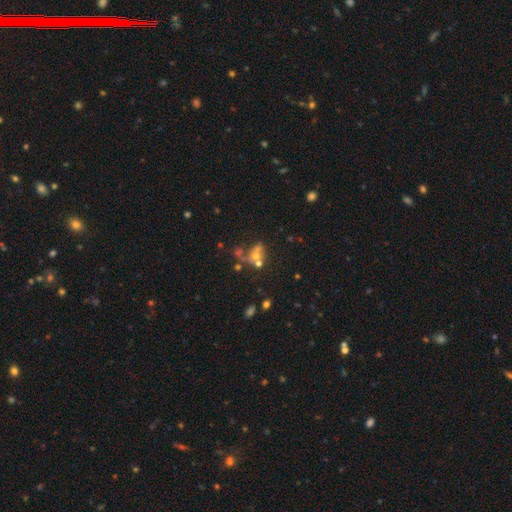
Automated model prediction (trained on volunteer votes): Overall: smooth (41%; featured or disk 35%). Merging: merger (41%; none 28%).